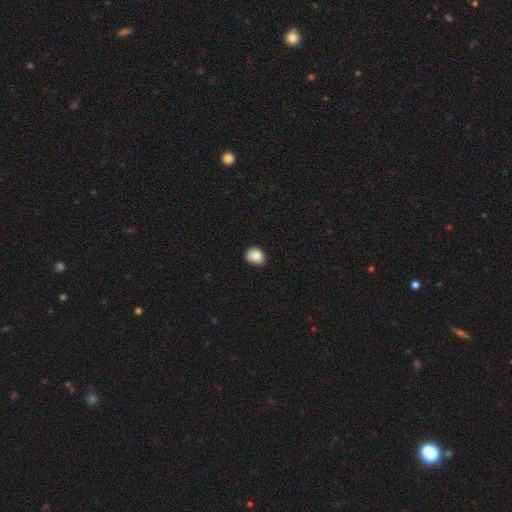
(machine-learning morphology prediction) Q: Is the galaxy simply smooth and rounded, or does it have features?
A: smooth — 88%.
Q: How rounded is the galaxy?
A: round — 57%.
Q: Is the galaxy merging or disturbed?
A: none — 79%.